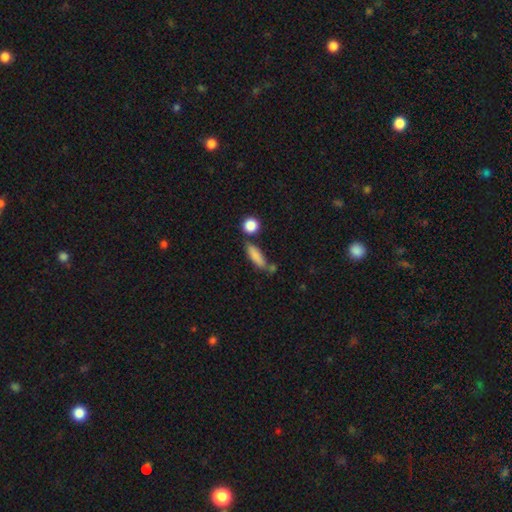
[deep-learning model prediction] smooth_or_featured: smooth (p=0.83) [alt: featured or disk p=0.09]
how_rounded: cigar-shaped (p=0.48) [alt: in between p=0.47]
merging: none (p=0.64) [alt: minor disturbance p=0.17]